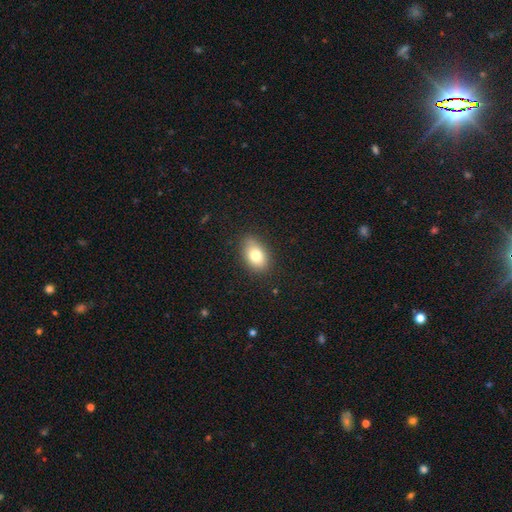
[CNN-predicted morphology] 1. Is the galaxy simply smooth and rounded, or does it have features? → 78% smooth, 12% featured or disk, 9% star or artifact.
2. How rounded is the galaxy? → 83% in between, 15% round, 2% cigar-shaped.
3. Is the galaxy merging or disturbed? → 82% none, 14% minor disturbance, 3% major disturbance, 1% merger.